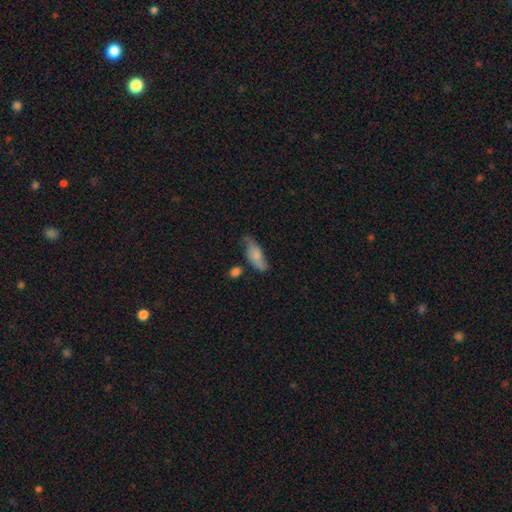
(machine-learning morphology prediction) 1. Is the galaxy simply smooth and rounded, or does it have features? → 62% smooth, 31% featured or disk, 7% star or artifact.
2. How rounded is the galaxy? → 75% in between, 22% cigar-shaped, 3% round.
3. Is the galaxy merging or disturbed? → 53% none, 31% minor disturbance, 10% major disturbance, 7% merger.